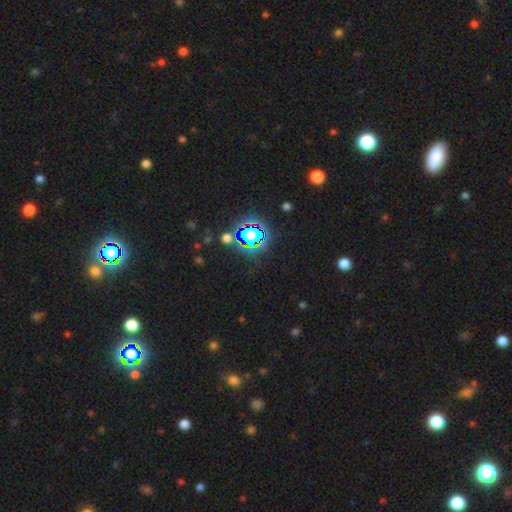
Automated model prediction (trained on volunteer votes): Morphology: type=star or artifact (80%).